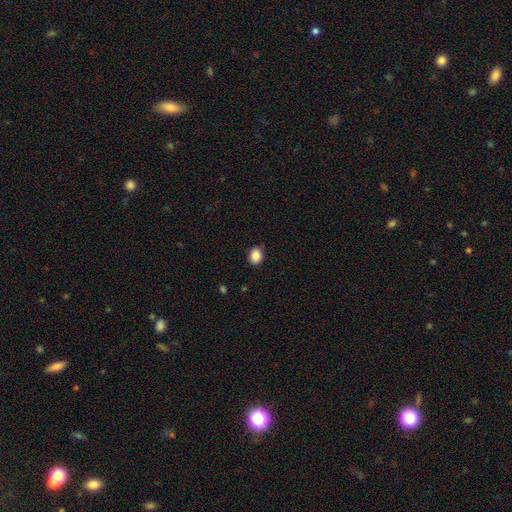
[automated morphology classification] Smooth or featured: smooth — 88% (star or artifact — 9%)
How rounded: round — 52% (in between — 47%)
Merging: none — 87% (minor disturbance — 10%)